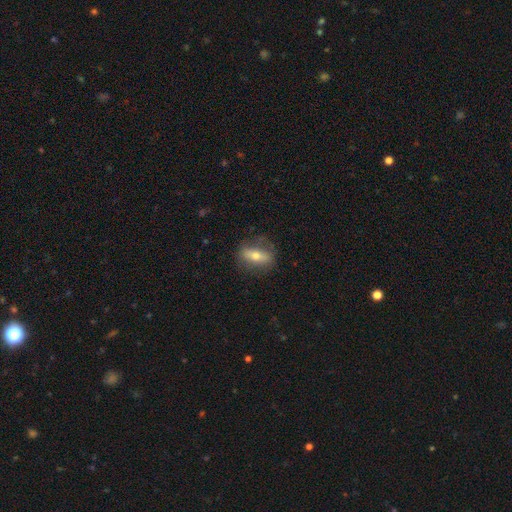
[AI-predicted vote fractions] This is possibly a smooth galaxy (49%). Merging: likely none (76%).